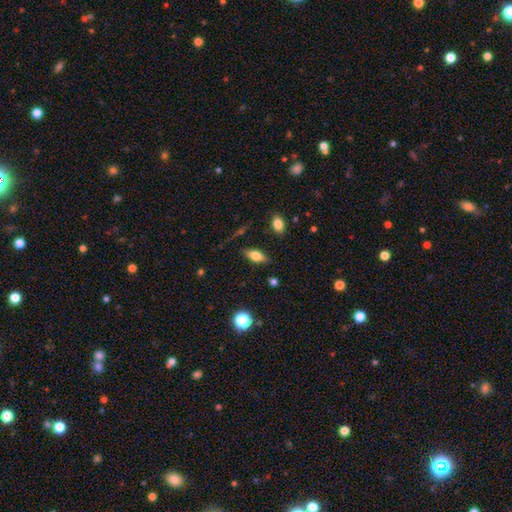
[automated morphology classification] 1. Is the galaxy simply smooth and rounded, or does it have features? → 75% smooth, 16% featured or disk, 9% star or artifact.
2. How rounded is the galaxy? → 84% in between, 12% cigar-shaped, 4% round.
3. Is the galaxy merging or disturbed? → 81% none, 13% minor disturbance, 4% major disturbance, 2% merger.